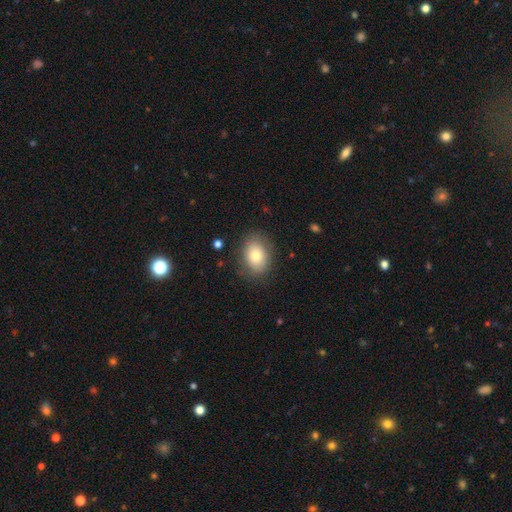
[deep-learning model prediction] smooth_or_featured: smooth (p=0.80) [alt: featured or disk p=0.12]
how_rounded: in between (p=0.71) [alt: round p=0.28]
merging: none (p=0.83) [alt: minor disturbance p=0.12]